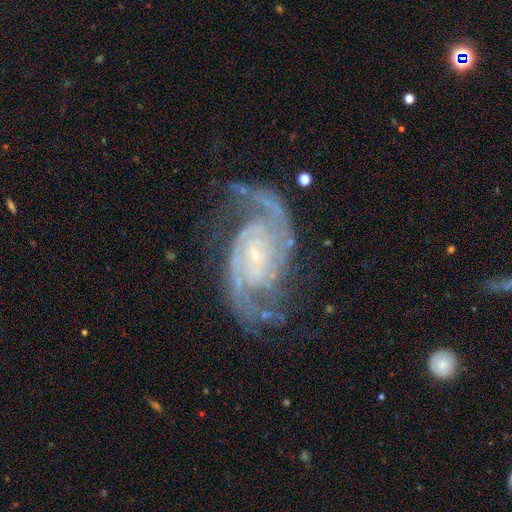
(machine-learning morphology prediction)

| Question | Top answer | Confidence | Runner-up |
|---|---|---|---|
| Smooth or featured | featured or disk | 93% | star or artifact (5%) |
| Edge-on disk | no | 98% | yes (2%) |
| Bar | no | 56% | weak (31%) |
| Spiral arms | yes | 98% | no (2%) |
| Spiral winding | medium | 51% | tight (37%) |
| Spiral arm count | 2 | 84% | 3 (5%) |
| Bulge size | small | 83% | moderate (11%) |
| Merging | none | 73% | minor disturbance (16%) |